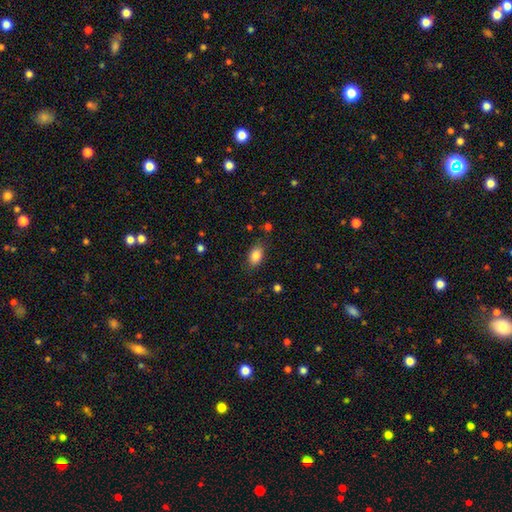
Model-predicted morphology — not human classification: A smooth galaxy with no disk features (86%) that is in between round and cigar-shaped (88%).

Vote fractions:
- Smooth or featured? smooth: 86% / star or artifact: 8% / featured or disk: 6%
- How rounded? in between: 88% / round: 10% / cigar-shaped: 2%
- Merging? none: 82% / minor disturbance: 13% / major disturbance: 3% / merger: 2%